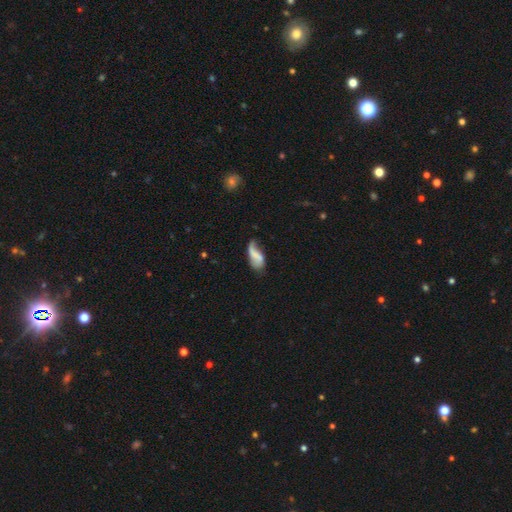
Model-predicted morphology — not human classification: A smooth galaxy with no disk features (55%) that is in between round and cigar-shaped (82%).

Vote fractions:
- Smooth or featured? smooth: 55% / featured or disk: 37% / star or artifact: 9%
- How rounded? in between: 82% / cigar-shaped: 15% / round: 3%
- Merging? none: 34% (tied) / minor disturbance: 34% (tied) / major disturbance: 27% / merger: 5%